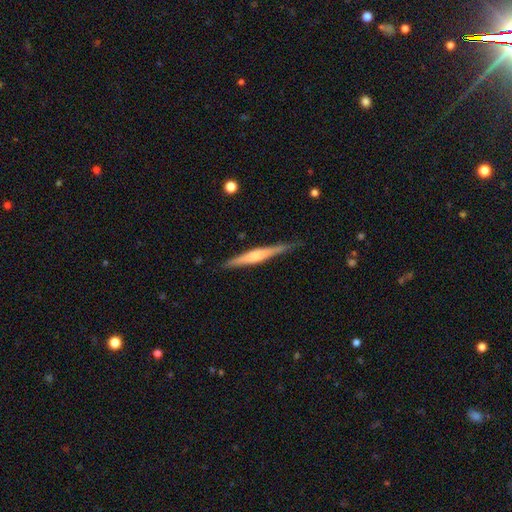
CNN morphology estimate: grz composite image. It shows a featured or disk galaxy (61%) viewed edge-on (97%) with a rounded central bulge (65%). Merging: none (84%).